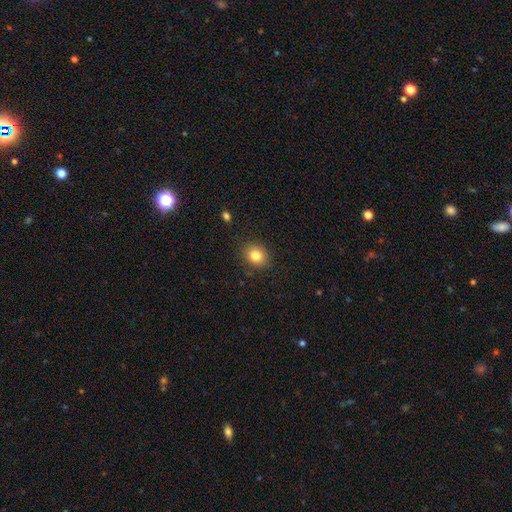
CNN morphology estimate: Smooth or featured? Predicted: smooth (p=0.82). How rounded? Predicted: round (p=0.61). Merging? Predicted: none (p=0.87).